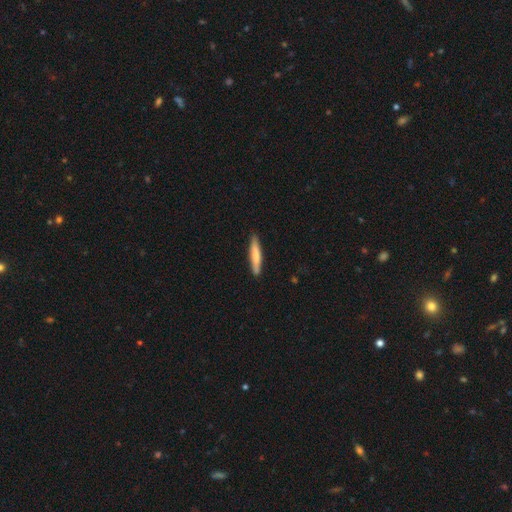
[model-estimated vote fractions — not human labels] smooth 72%, featured or disk 23%, star or artifact 5%. Down the decision tree: how rounded — cigar-shaped (91%); merging — none (88%).